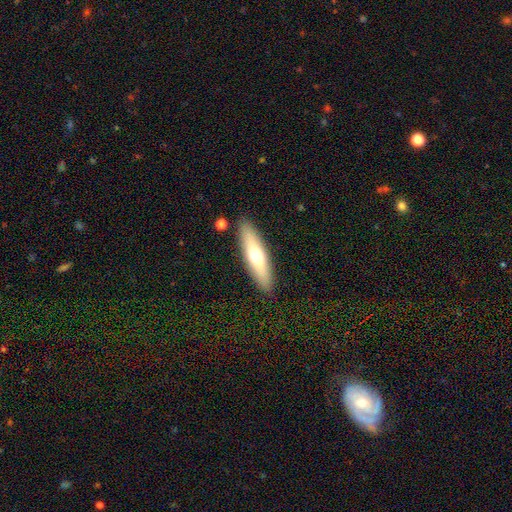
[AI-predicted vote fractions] Smooth or featured? Predicted: smooth (p=0.56). How rounded? Predicted: cigar-shaped (p=0.67). Merging? Predicted: none (p=0.89).